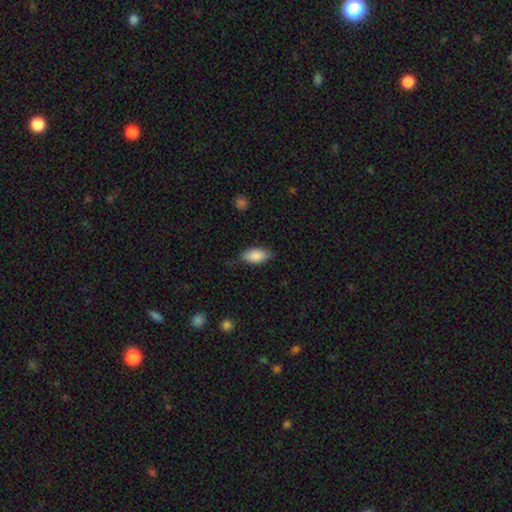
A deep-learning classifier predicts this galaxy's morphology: This appears to be a smooth galaxy with no disk features (85%) that is in between round and cigar-shaped (90%). Merging: none (72%).